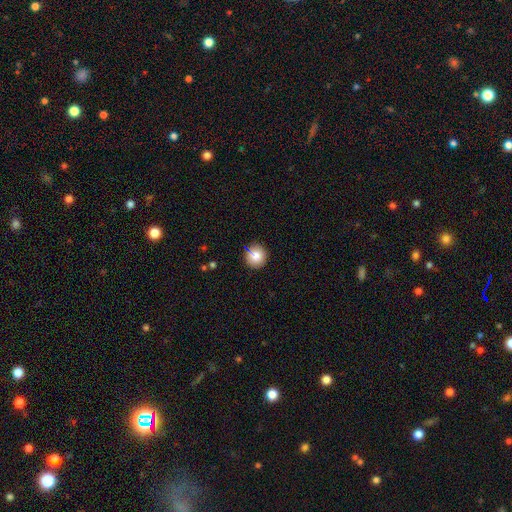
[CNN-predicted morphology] Smooth or featured: smooth — 81% (star or artifact — 10%)
How rounded: round — 92% (in between — 7%)
Merging: none — 85% (minor disturbance — 10%)